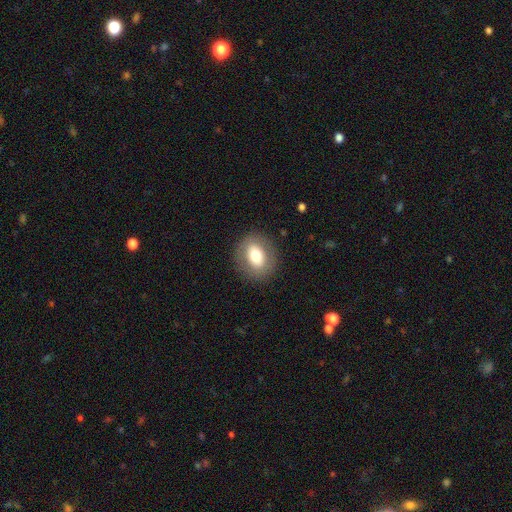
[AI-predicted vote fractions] smooth 69%, featured or disk 23%, star or artifact 9%. Down the decision tree: how rounded — in between (50%); merging — none (86%).